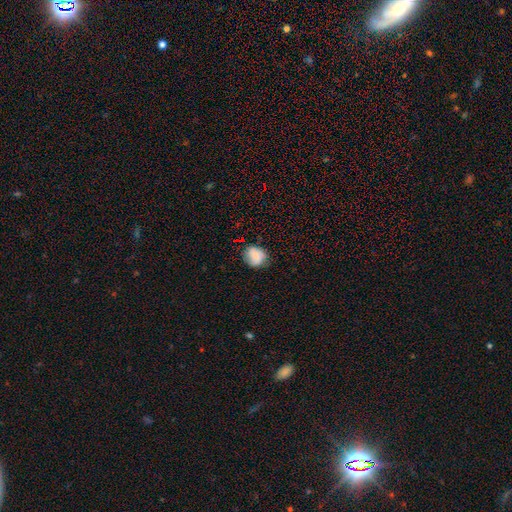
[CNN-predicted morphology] A smooth galaxy with no disk features (67%) that is round (73%). Merging: none (72%).